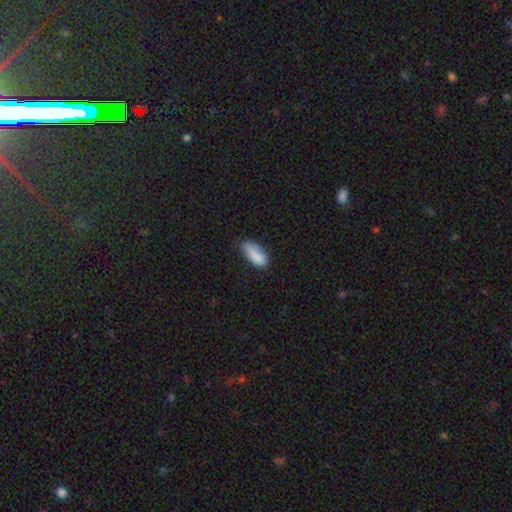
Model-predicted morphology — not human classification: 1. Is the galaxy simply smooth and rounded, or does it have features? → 86% smooth, 7% star or artifact, 7% featured or disk.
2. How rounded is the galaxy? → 87% in between, 10% cigar-shaped, 2% round.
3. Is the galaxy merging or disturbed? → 56% none, 34% minor disturbance, 7% major disturbance, 2% merger.